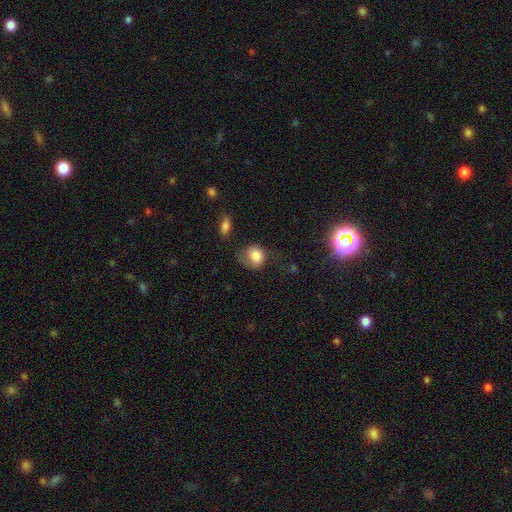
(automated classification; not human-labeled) This is likely a smooth galaxy (77%). How rounded: likely round (61%). Merging: marginally none (42%).